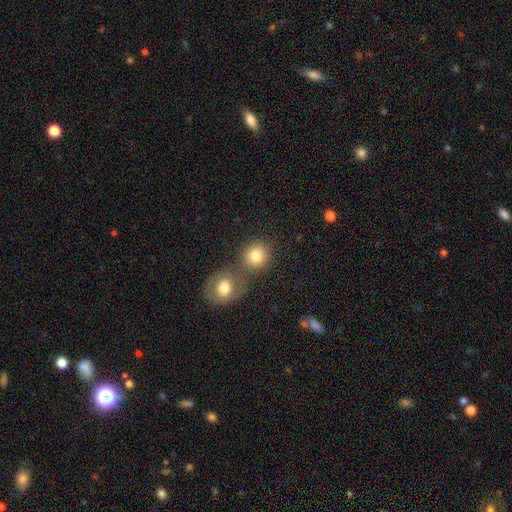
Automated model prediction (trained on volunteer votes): Smooth or featured? Predicted: smooth (p=0.81). How rounded? Predicted: round (p=0.87). Merging? Predicted: none (p=0.55).